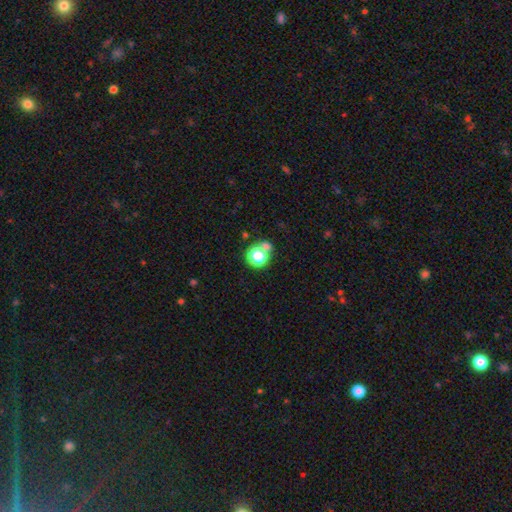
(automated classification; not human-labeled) smooth_or_featured: smooth (p=0.62) [alt: star or artifact p=0.29]
how_rounded: round (p=0.84) [alt: in between p=0.15]
merging: none (p=0.60) [alt: merger p=0.25]